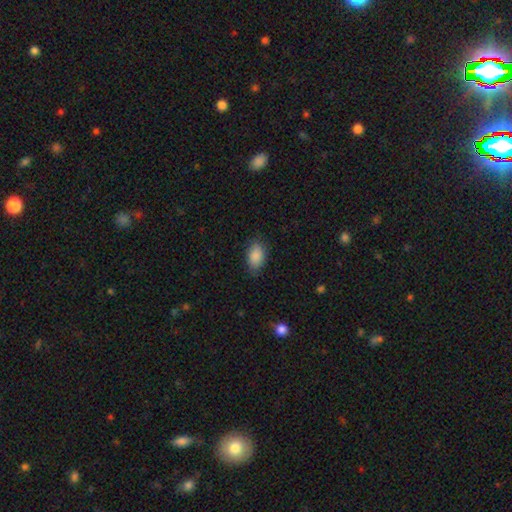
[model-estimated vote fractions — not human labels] A smooth galaxy with no disk features (88%) that is in between round and cigar-shaped (90%). Merging: none (80%).